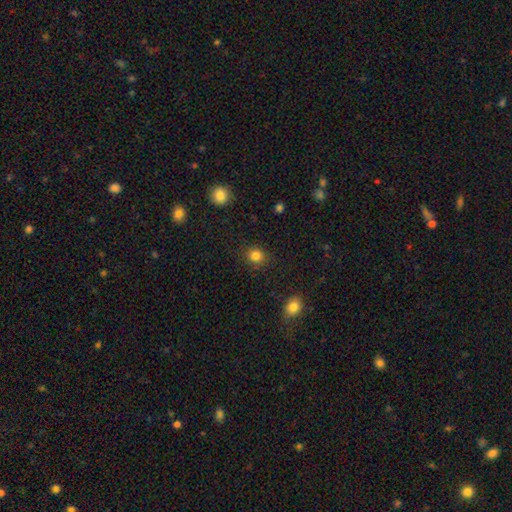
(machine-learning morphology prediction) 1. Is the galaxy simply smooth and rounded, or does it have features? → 84% smooth, 12% star or artifact, 5% featured or disk.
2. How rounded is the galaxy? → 81% round, 18% in between, 1% cigar-shaped.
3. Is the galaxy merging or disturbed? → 88% none, 8% minor disturbance, 3% major disturbance, 1% merger.